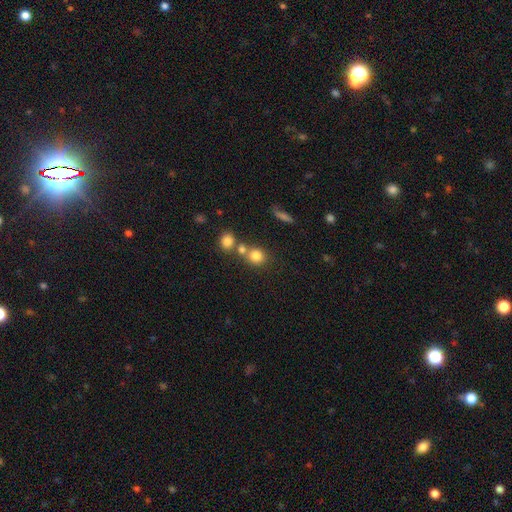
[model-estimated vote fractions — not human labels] Smooth or featured: smooth — 80% (star or artifact — 12%)
How rounded: round — 81% (in between — 17%)
Merging: none — 53% (merger — 35%)